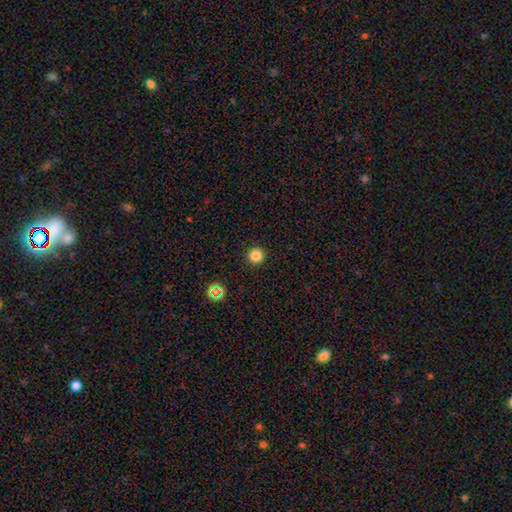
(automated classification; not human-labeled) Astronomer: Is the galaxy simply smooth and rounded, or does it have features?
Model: smooth — 83%.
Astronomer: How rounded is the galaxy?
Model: round — 97%.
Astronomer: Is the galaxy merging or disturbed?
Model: none — 93%.